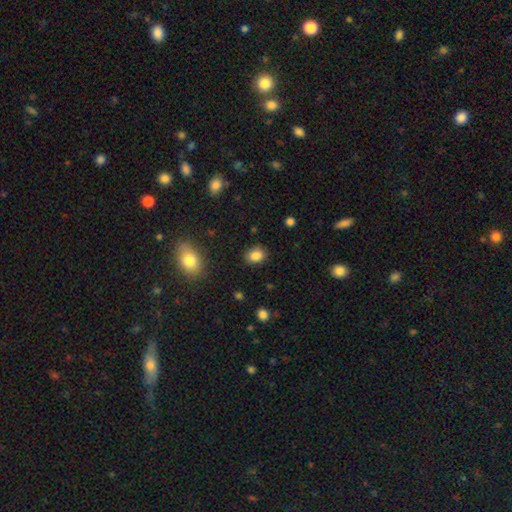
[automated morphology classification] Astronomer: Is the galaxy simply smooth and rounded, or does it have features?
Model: smooth — 85%.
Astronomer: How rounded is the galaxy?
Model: in between — 59% (runner-up: round, 40%).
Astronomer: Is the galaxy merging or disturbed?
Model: none — 86%.